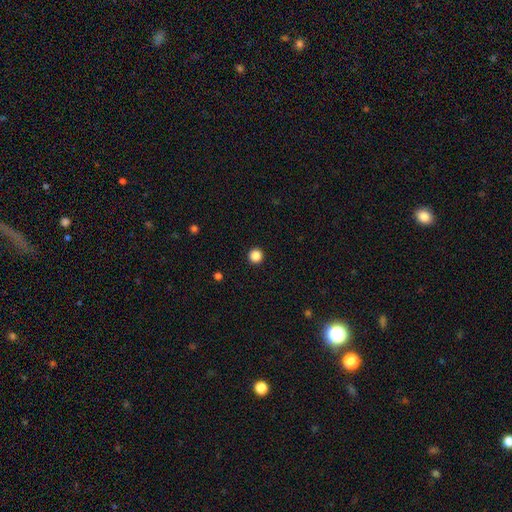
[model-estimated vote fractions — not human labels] The model was most divided on "smooth or featured": smooth: 87%, star or artifact: 11%, featured or disk: 2%. More confident: how rounded — round (96%); merging — none (94%).